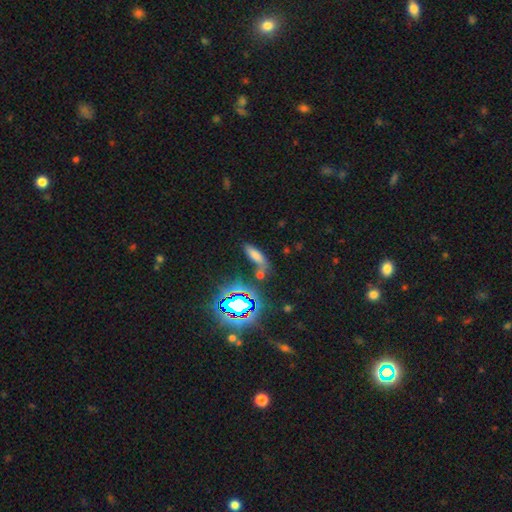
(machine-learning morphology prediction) Smooth or featured: smooth — 61% (star or artifact — 28%)
How rounded: in between — 62% (cigar-shaped — 32%)
Merging: none — 54% (merger — 23%)